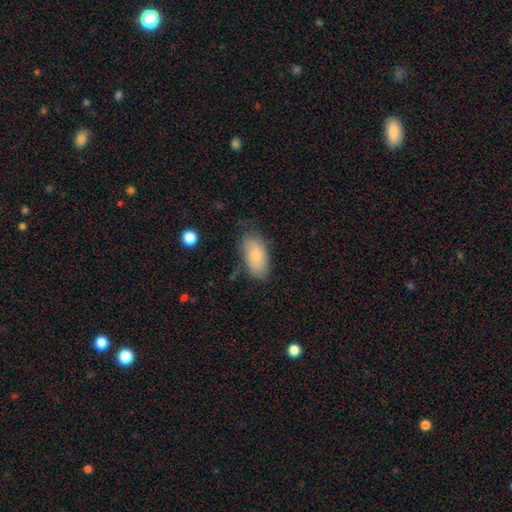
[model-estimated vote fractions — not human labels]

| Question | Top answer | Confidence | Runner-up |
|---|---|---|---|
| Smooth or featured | smooth | 75% | featured or disk (18%) |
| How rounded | in between | 93% | cigar-shaped (4%) |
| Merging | none | 70% | minor disturbance (23%) |